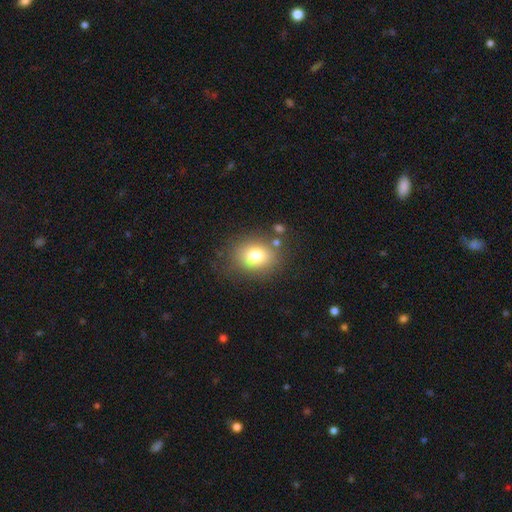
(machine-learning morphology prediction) smooth 77%, star or artifact 12%, featured or disk 11%. Down the decision tree: how rounded — round (52%); merging — none (77%).